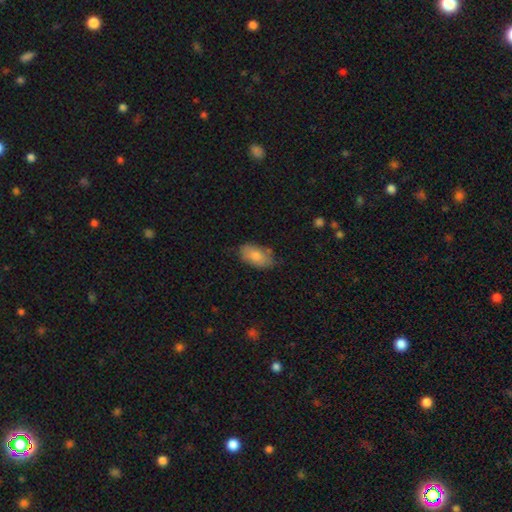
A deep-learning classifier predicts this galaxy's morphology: Q: Smooth or featured?
A: smooth (78%); runner-up: featured or disk (15%)
Q: How rounded?
A: in between (93%); runner-up: round (5%)
Q: Merging?
A: none (67%); runner-up: minor disturbance (25%)